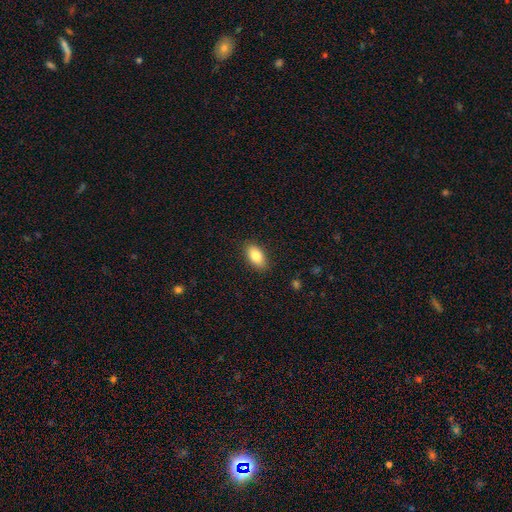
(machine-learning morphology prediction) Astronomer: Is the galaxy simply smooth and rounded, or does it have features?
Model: smooth — 85%.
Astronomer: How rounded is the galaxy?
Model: in between — 93%.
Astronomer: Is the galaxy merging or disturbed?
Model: none — 88%.